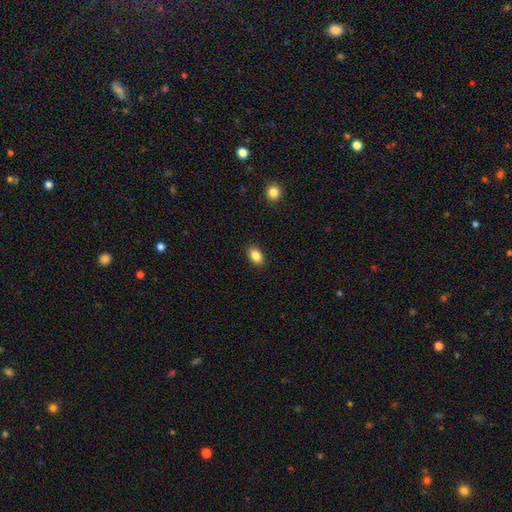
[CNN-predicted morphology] A smooth galaxy with no disk features (86%) that is in between round and cigar-shaped (84%).

Vote fractions:
- Smooth or featured? smooth: 86% / star or artifact: 9% / featured or disk: 5%
- How rounded? in between: 84% / round: 14% / cigar-shaped: 1%
- Merging? none: 90% / minor disturbance: 7% / major disturbance: 2% / merger: 1%